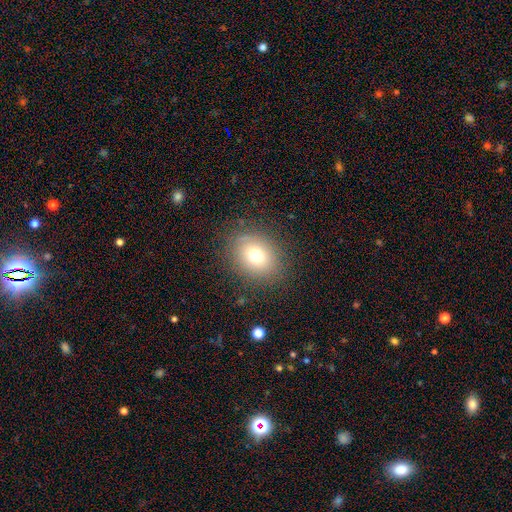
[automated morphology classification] This appears to be a smooth galaxy with no disk features (71%) that is round (56%). Merging: none (83%).